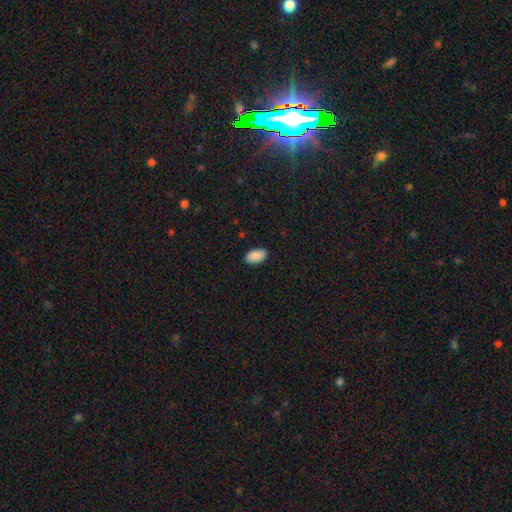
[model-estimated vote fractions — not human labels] Q: Smooth or featured?
A: smooth (90%); runner-up: star or artifact (6%)
Q: How rounded?
A: in between (94%); runner-up: round (4%)
Q: Merging?
A: none (88%); runner-up: minor disturbance (9%)